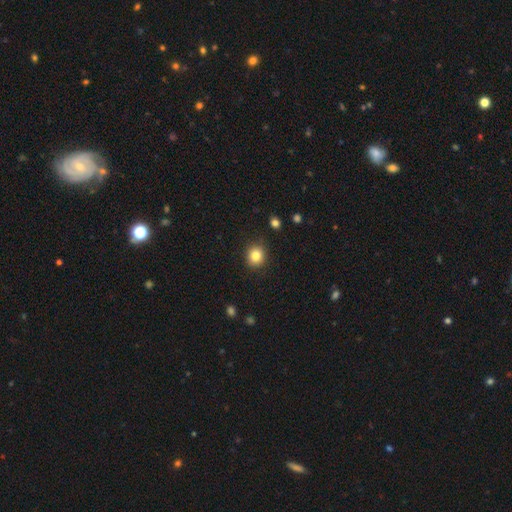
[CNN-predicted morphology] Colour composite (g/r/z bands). It shows a smooth galaxy with no disk features (83%) that is round (82%). Merging: none (90%).